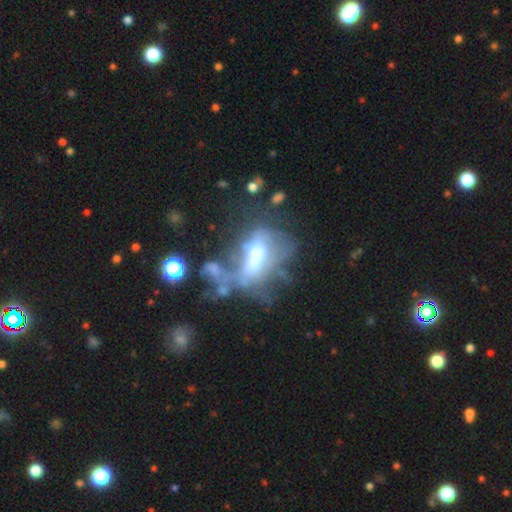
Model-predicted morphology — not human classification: This appears to be a featured or disk galaxy (55%) with no bar (50%), no spiral arms (78%) and a moderate central bulge (41%). Merging: major disturbance (40%).